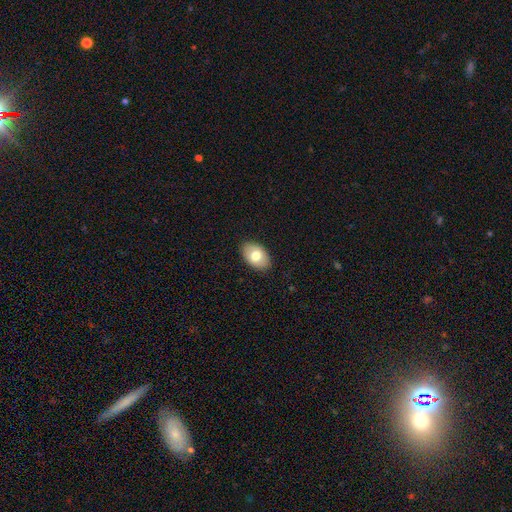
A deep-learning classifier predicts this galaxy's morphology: Smooth or featured? smooth (75%)
How rounded? in between (88%)
Merging? none (88%)